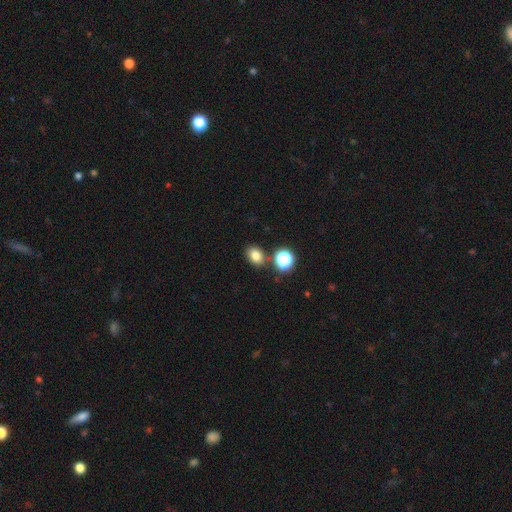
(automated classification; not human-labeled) Smooth or featured: smooth — 78% (star or artifact — 15%)
How rounded: in between — 60% (round — 39%)
Merging: none — 77% (merger — 10%)